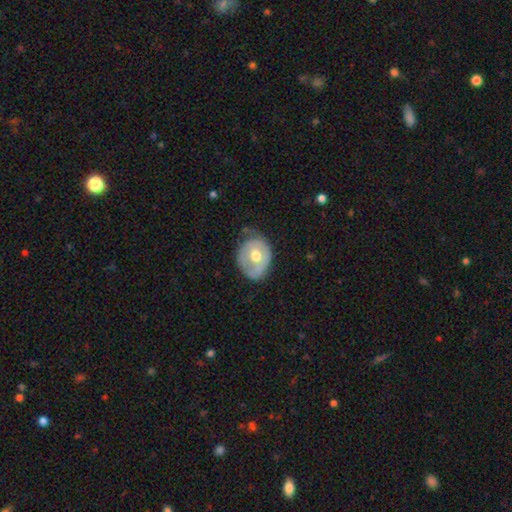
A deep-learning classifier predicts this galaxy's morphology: smooth 47% (tied), featured or disk 47% (tied), star or artifact 6%. Down the decision tree: merging — none (49%).